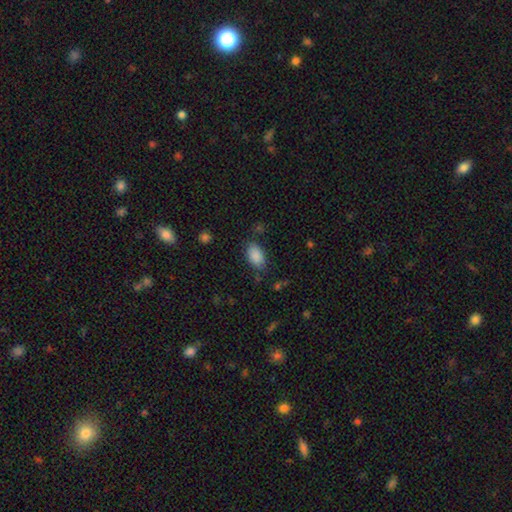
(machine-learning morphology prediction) type=smooth (88%); roundness=in between (92%); merging=none (76%).